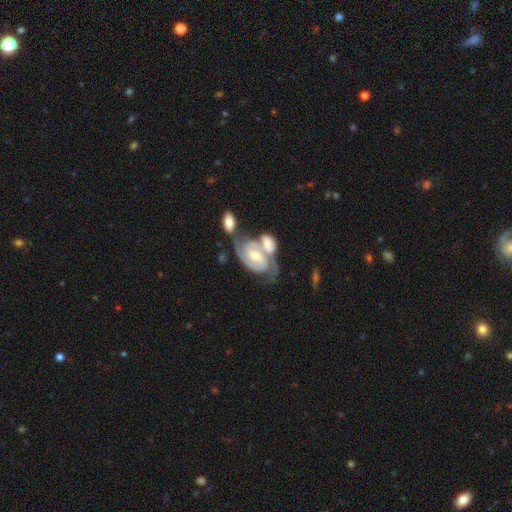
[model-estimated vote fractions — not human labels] Smooth or featured: featured or disk — 85% (smooth — 10%)
Edge-on disk: no — 97% (yes — 3%)
Bar: weak — 42% (no — 35%)
Spiral arms: yes — 96% (no — 4%)
Spiral winding: tight — 46% (medium — 43%)
Spiral arm count: 2 — 78% (can't tell — 9%)
Bulge size: moderate — 56% (small — 38%)
Merging: merger — 48% (none — 31%)